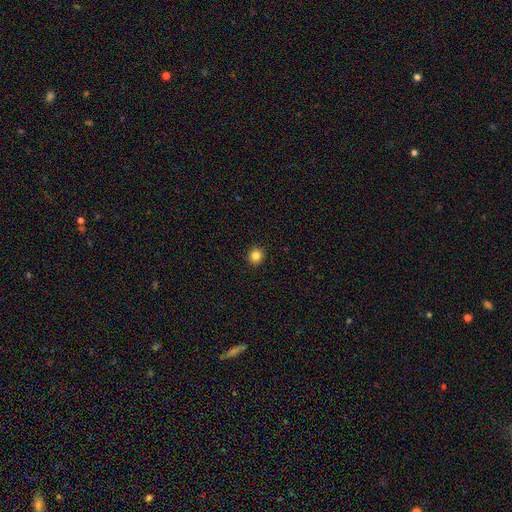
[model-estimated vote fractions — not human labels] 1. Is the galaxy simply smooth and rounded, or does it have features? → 84% smooth, 11% star or artifact, 5% featured or disk.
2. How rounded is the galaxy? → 92% round, 7% in between, 1% cigar-shaped.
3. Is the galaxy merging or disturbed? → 92% none, 5% minor disturbance, 2% major disturbance, 1% merger.